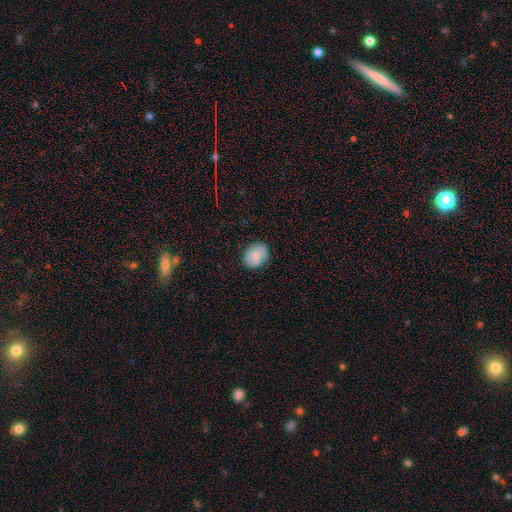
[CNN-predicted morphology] type=smooth (60%); roundness=round (51%); merging=none (78%).